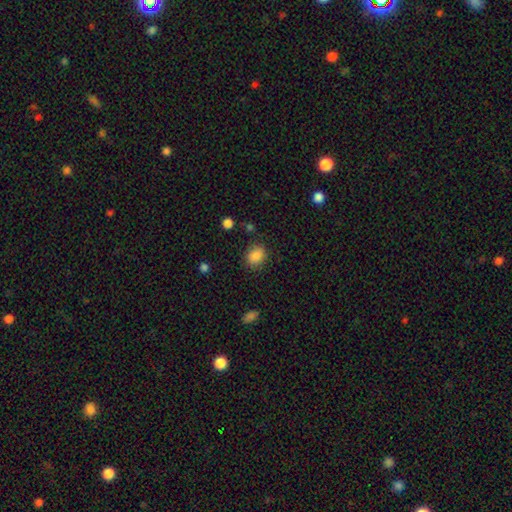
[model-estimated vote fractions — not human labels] Smooth or featured? smooth (86%)
How rounded? in between (52%)
Merging? none (83%)